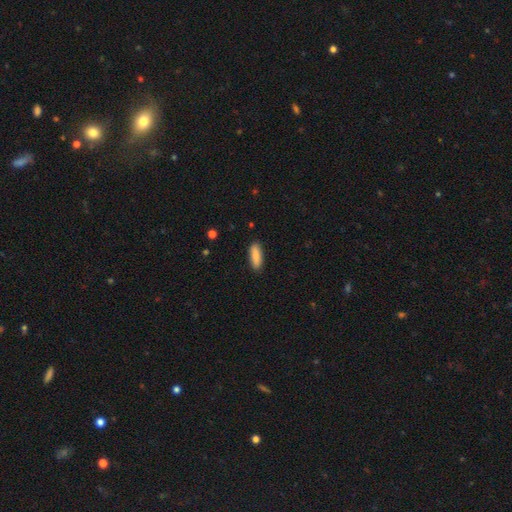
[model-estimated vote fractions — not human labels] Smooth or featured?
  - smooth: 82% *
  - featured or disk: 11%
  - star or artifact: 6%
How rounded?
  - in between: 56% *
  - cigar-shaped: 42%
  - round: 2%
Merging?
  - none: 88% *
  - minor disturbance: 9%
  - major disturbance: 2%
  - merger: 1%